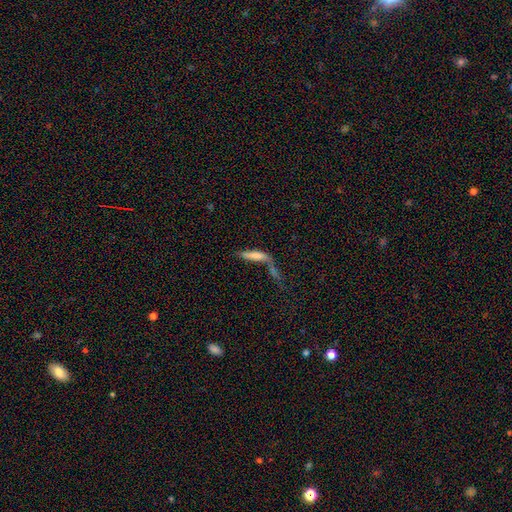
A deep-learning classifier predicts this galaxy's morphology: smooth 66%, featured or disk 24%, star or artifact 10%. Down the decision tree: how rounded — cigar-shaped (74%); merging — merger (46%).